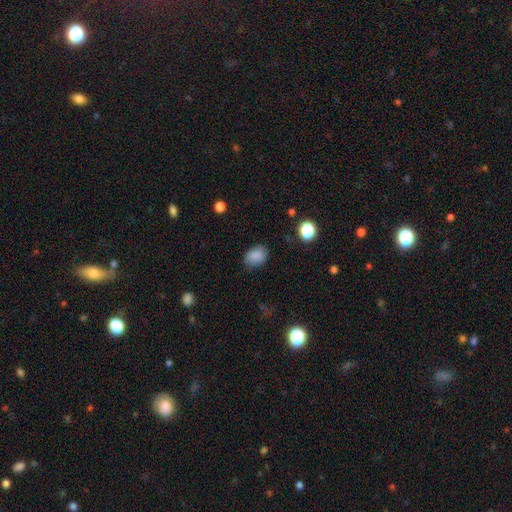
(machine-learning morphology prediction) type=smooth (85%); roundness=in between (74%); merging=none (76%).